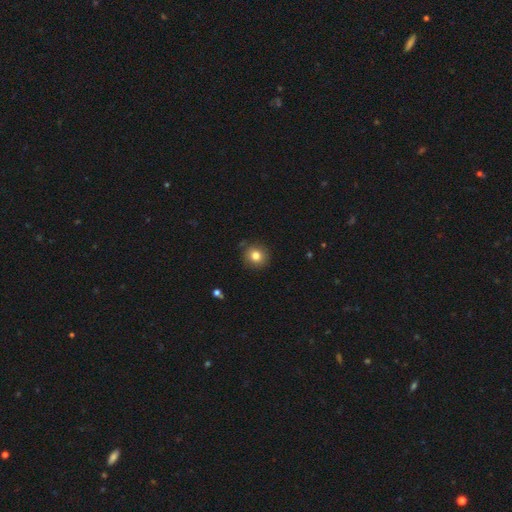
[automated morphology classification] type=smooth (81%); roundness=round (89%); merging=none (87%).